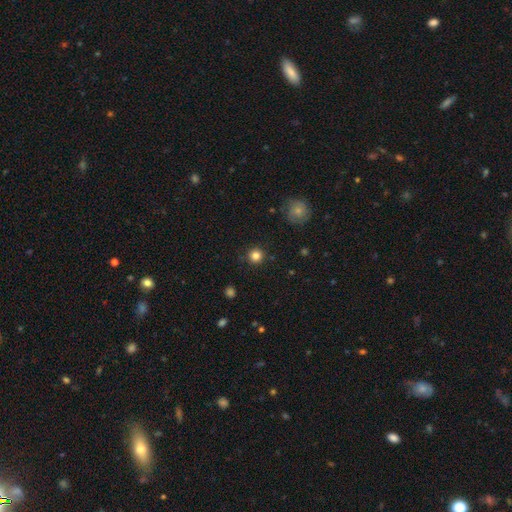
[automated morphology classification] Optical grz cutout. It shows a smooth galaxy with no disk features (83%) that is round (96%). Merging: none (90%).